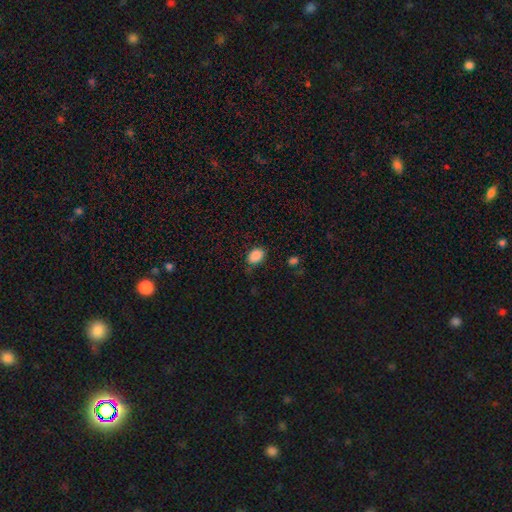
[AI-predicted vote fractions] Smooth or featured? smooth (88%)
How rounded? in between (72%)
Merging? none (76%)